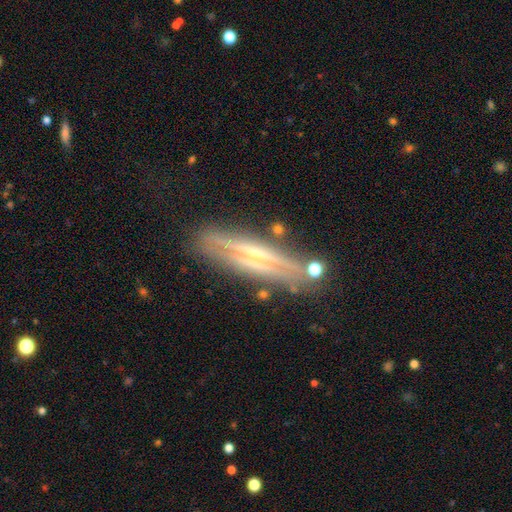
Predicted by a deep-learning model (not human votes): Smooth or featured? featured or disk (78%)
Edge-on disk? yes (92%)
Edge-on bulge? rounded (64%)
Merging? none (81%)